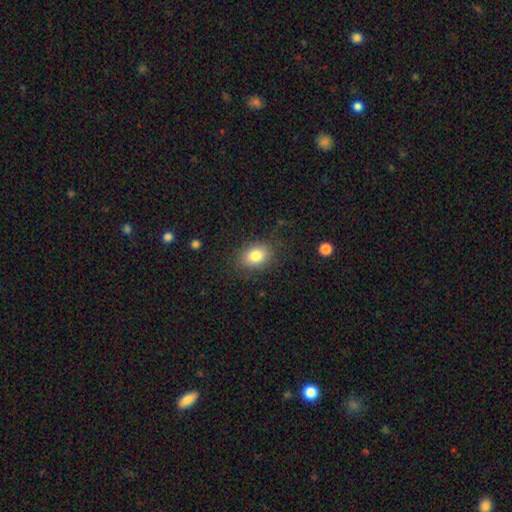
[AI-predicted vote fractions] Smooth or featured?
  - smooth: 82% *
  - star or artifact: 9%
  - featured or disk: 9%
How rounded?
  - in between: 70% *
  - round: 29%
  - cigar-shaped: 1%
Merging?
  - none: 83% *
  - minor disturbance: 12%
  - major disturbance: 4%
  - merger: 1%